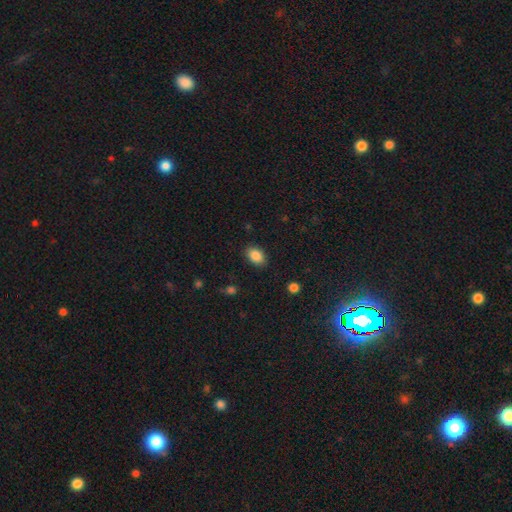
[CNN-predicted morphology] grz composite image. It shows a smooth galaxy with no disk features (87%) that is in between round and cigar-shaped (81%). Merging: none (87%).